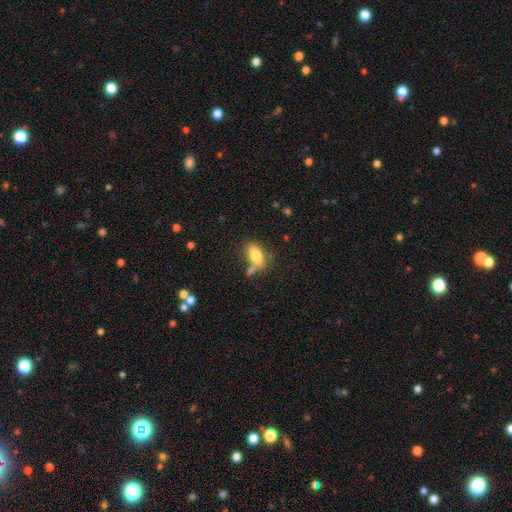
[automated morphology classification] type=smooth (80%); roundness=in between (83%); merging=none (54%).